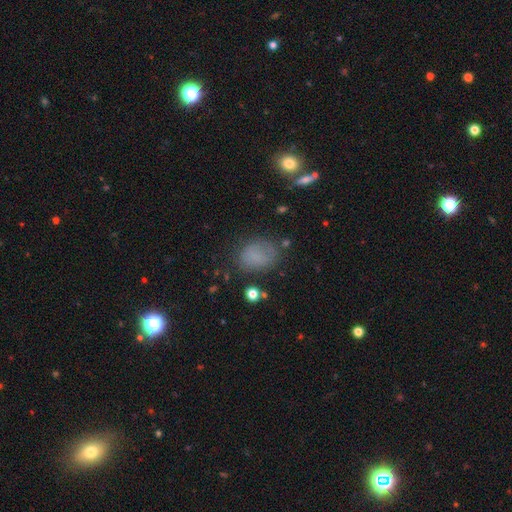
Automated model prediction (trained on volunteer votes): A smooth galaxy with no disk features (74%) that is in between round and cigar-shaped (63%). Merging: none (64%).